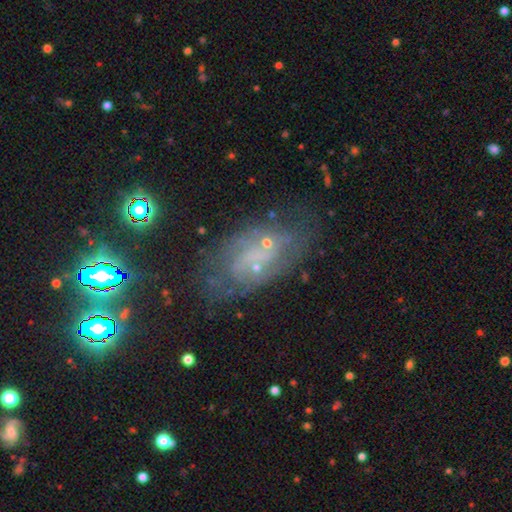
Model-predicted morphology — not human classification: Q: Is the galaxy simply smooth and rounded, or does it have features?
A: featured or disk — 57%.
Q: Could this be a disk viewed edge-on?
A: no — 94%.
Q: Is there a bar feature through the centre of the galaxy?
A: no — 73%.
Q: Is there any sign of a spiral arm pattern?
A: yes — 51%.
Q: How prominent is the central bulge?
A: small — 59%.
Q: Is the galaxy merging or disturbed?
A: none — 54%.